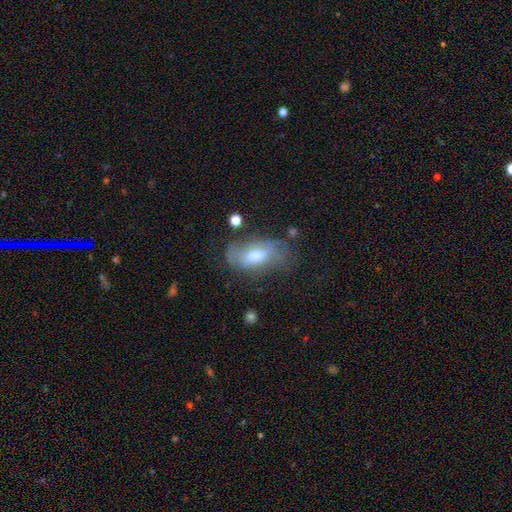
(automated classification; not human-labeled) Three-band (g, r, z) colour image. It shows a smooth galaxy with no disk features (53%) that is in between round and cigar-shaped (85%). Merging: none (47%).